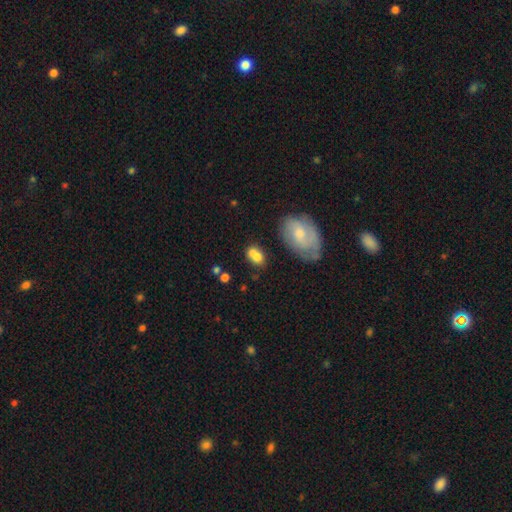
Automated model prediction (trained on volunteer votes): Morphology: type=smooth (72%); roundness=in between (69%); merging=merger (41%).